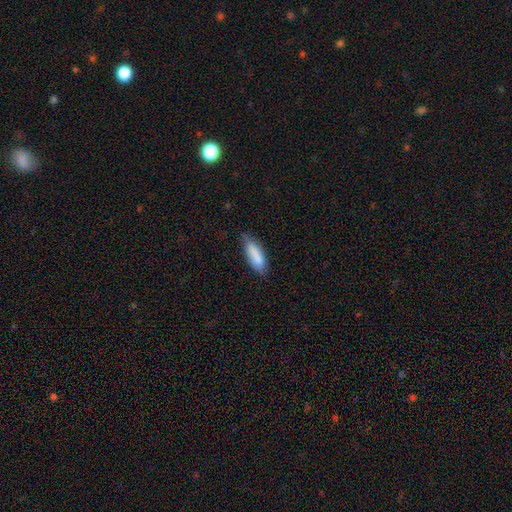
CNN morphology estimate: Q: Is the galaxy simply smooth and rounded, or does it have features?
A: smooth — 85%.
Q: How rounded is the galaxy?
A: in between — 58%.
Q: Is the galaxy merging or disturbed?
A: none — 69%.